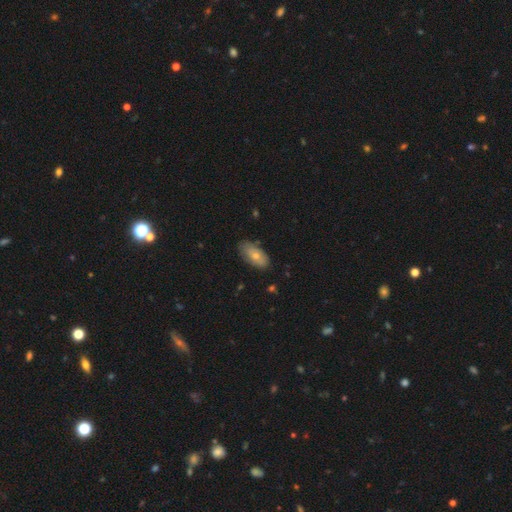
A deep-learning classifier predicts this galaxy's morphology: This is likely a smooth galaxy (66%). How rounded: clearly in between (91%). Merging: likely none (74%).